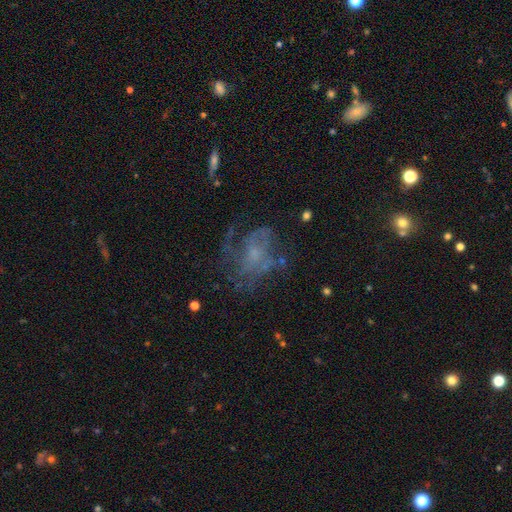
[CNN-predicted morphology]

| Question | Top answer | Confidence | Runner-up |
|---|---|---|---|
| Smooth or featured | featured or disk | 64% | smooth (20%) |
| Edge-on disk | no | 97% | yes (3%) |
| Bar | no | 77% | weak (20%) |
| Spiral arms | yes | 62% | no (38%) |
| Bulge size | small | 48% | moderate (24%) |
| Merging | none | 50% | major disturbance (28%) |